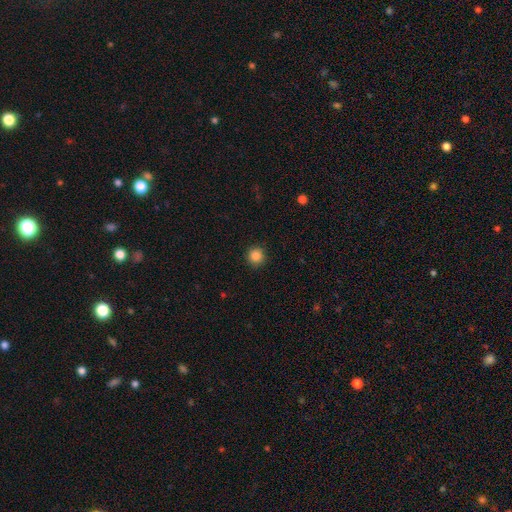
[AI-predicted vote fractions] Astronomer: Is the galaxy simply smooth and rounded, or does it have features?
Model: smooth — 86%.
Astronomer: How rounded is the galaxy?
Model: round — 95%.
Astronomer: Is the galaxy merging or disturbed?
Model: none — 92%.